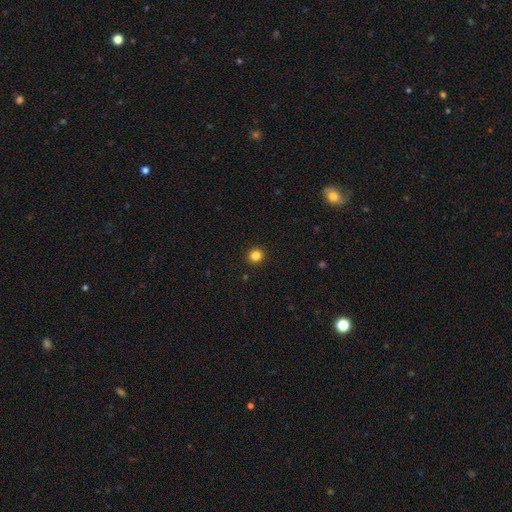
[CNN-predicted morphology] Overall: smooth (84%). How rounded: round (92%). Merging: none (93%).